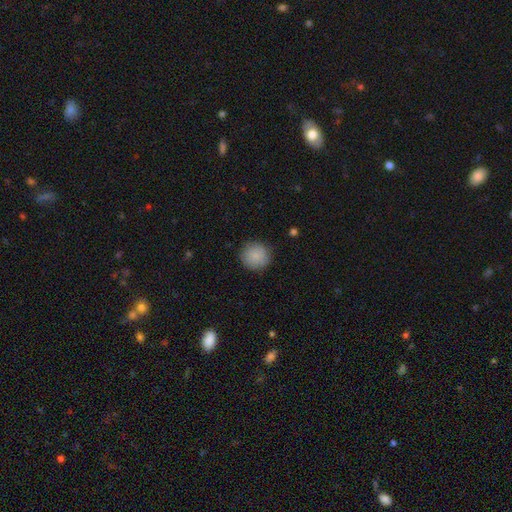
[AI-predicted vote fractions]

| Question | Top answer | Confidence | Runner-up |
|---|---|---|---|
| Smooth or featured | smooth | 86% | star or artifact (7%) |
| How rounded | round | 94% | in between (5%) |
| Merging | none | 87% | minor disturbance (10%) |